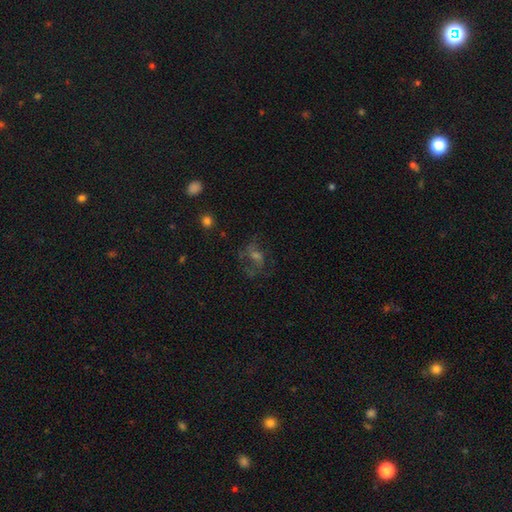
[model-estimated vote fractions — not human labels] The model was most divided on "smooth or featured": featured or disk: 50%, star or artifact: 26%, smooth: 24%. More confident: merging — none (54%).